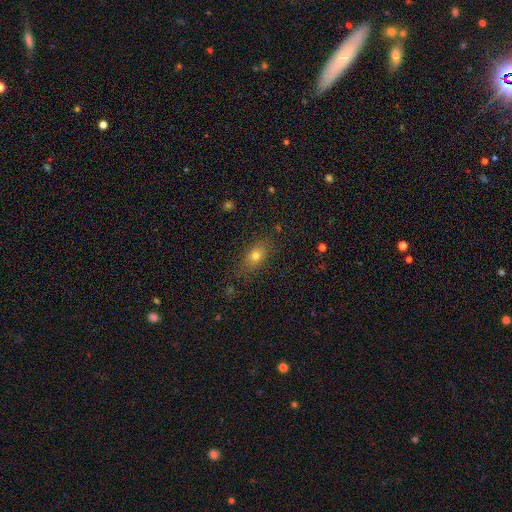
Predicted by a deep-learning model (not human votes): The model was most divided on "how rounded": in between: 73%, round: 19%, cigar-shaped: 9%. More confident: merging — none (80%); smooth or featured — smooth (73%).